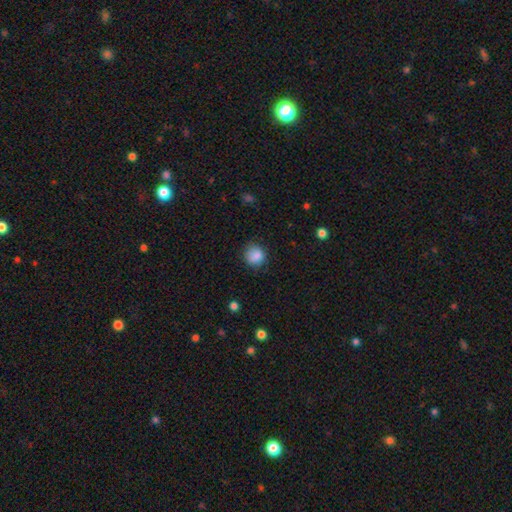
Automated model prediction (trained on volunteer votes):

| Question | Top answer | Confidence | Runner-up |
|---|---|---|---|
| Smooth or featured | smooth | 86% | star or artifact (10%) |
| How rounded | round | 85% | in between (14%) |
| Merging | none | 77% | minor disturbance (18%) |